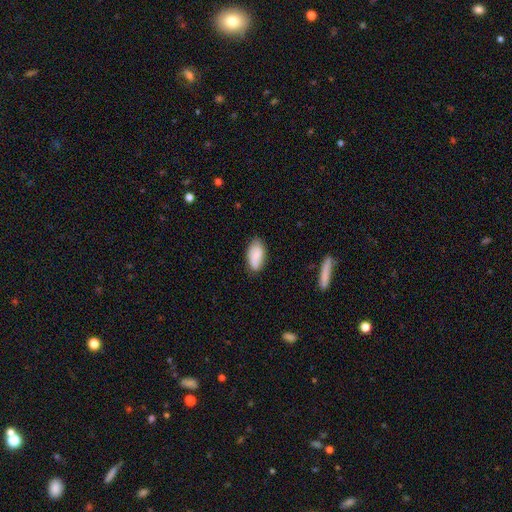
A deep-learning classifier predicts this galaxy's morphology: smooth_or_featured: smooth (p=0.80) [alt: featured or disk p=0.14]
how_rounded: in between (p=0.93) [alt: cigar-shaped p=0.04]
merging: none (p=0.78) [alt: minor disturbance p=0.17]